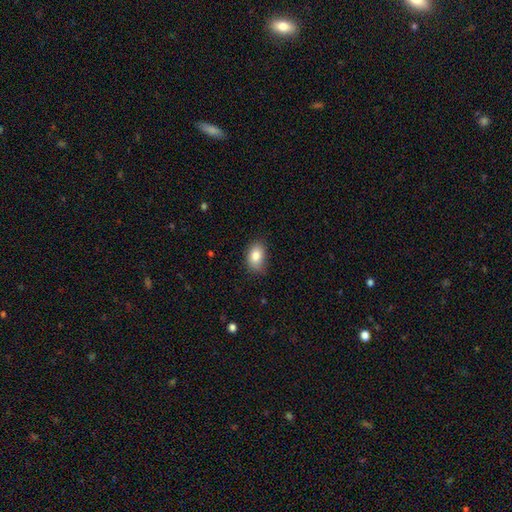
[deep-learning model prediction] smooth_or_featured: smooth (p=0.84) [alt: star or artifact p=0.08]
how_rounded: in between (p=0.82) [alt: round p=0.17]
merging: none (p=0.75) [alt: minor disturbance p=0.20]